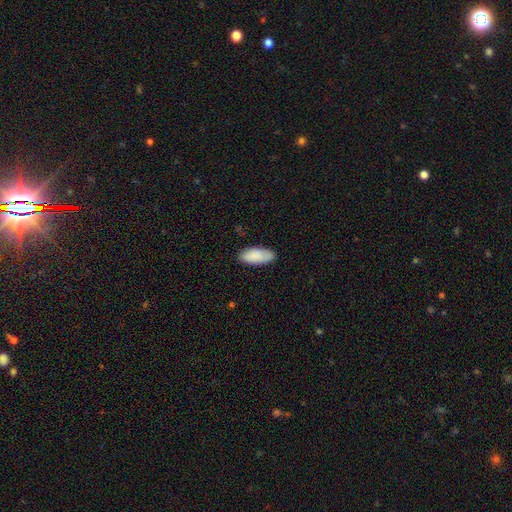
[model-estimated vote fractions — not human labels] Smooth or featured? Predicted: smooth (p=0.86). How rounded? Predicted: in between (p=0.88). Merging? Predicted: none (p=0.82).